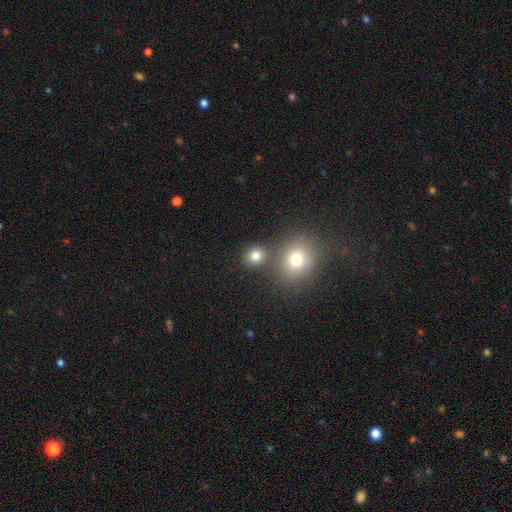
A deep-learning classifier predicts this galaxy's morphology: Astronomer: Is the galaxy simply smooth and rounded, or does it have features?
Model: smooth — 80%.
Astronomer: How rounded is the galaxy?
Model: round — 81%.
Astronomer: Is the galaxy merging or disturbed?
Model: none — 71%.